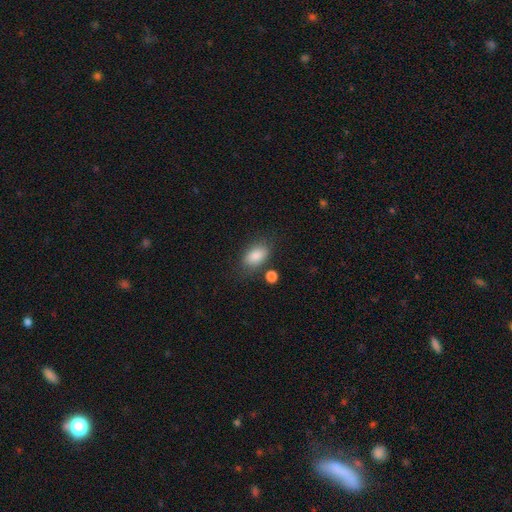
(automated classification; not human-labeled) This appears to be a smooth galaxy with no disk features (85%) that is in between round and cigar-shaped (89%). Merging: none (72%).